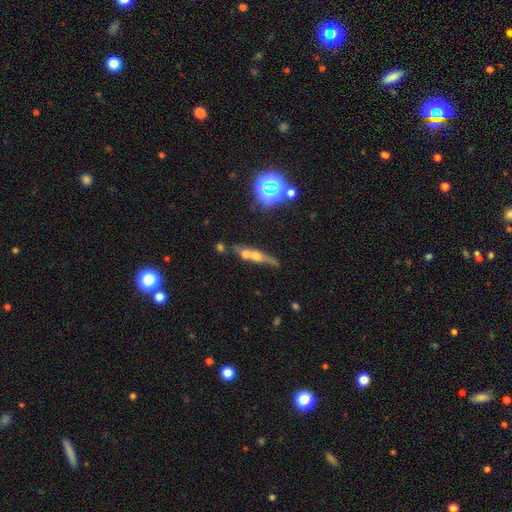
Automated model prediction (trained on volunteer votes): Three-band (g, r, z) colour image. It shows a featured or disk galaxy (44%). Merging: merger (49%).